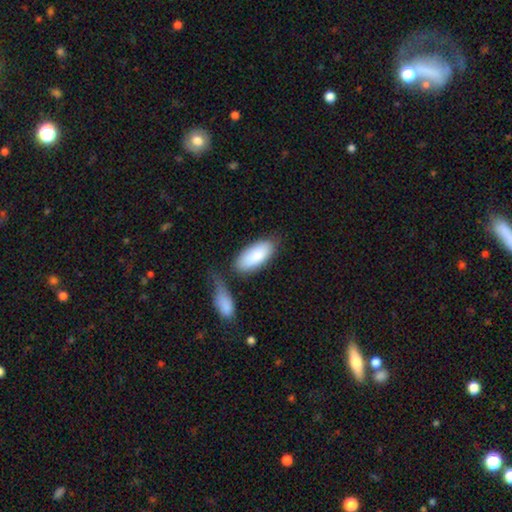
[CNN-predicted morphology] This is clearly a smooth galaxy (86%). How rounded: clearly in between (88%). Merging: possibly none (55%).